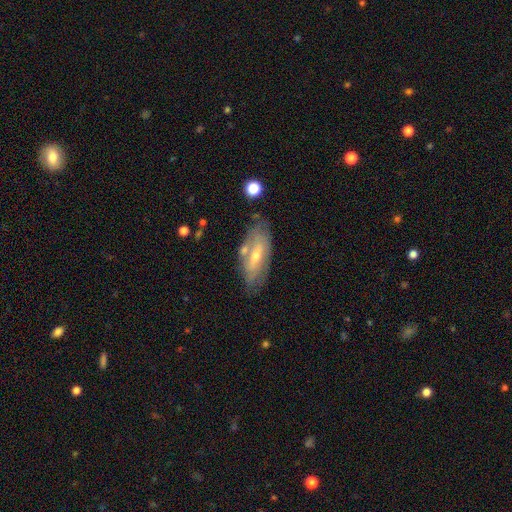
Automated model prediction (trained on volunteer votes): Smooth or featured: featured or disk — 59% (smooth — 33%)
Edge-on disk: no — 76% (yes — 24%)
Merging: none — 70% (minor disturbance — 17%)